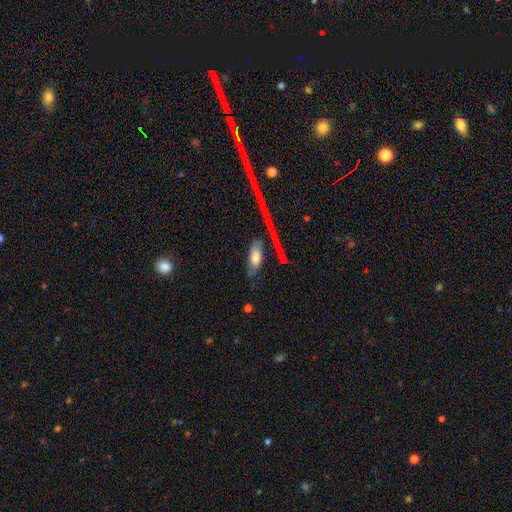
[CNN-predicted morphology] smooth-or-featured: smooth: 64% | featured or disk: 28% | star or artifact: 9%
  how-rounded: in between: 82% | cigar-shaped: 15% | round: 3%
  merging: none: 53% | minor disturbance: 23% | major disturbance: 16% | merger: 8%